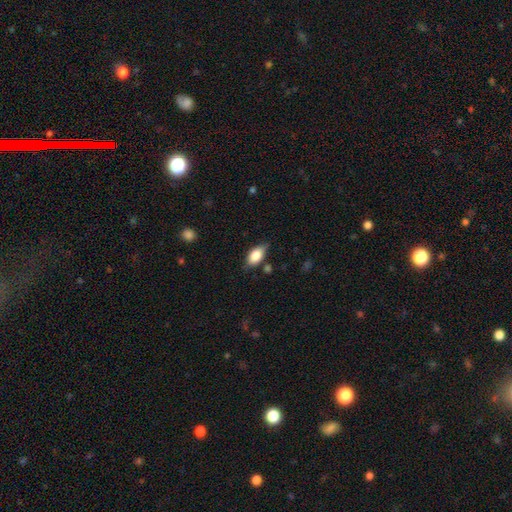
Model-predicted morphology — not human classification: Smooth or featured? smooth (82%)
How rounded? in between (90%)
Merging? none (72%)